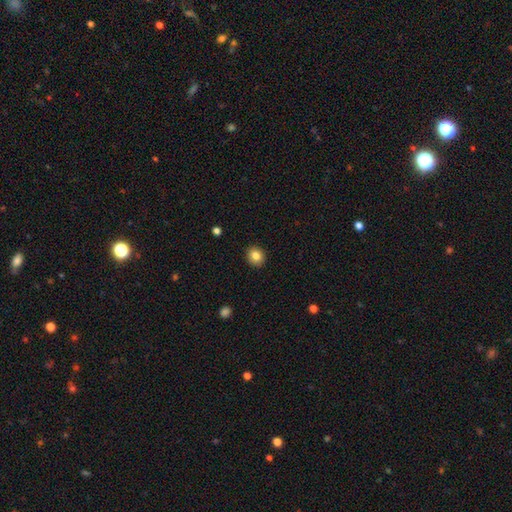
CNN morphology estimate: A smooth galaxy with no disk features (83%) that is round (72%).

Vote fractions:
- Smooth or featured? smooth: 83% / star or artifact: 10% / featured or disk: 7%
- How rounded? round: 72% / in between: 27% / cigar-shaped: 1%
- Merging? none: 90% / minor disturbance: 7% / major disturbance: 2% / merger: 1%